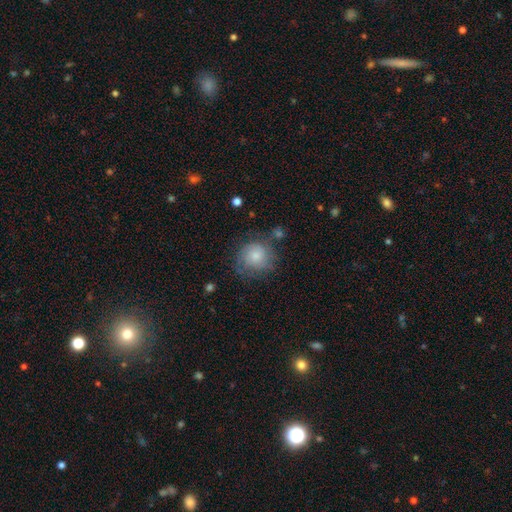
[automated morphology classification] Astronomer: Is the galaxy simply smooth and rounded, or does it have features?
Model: smooth — 64%.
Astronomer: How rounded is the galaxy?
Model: round — 86%.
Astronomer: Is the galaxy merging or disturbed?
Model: none — 61%.